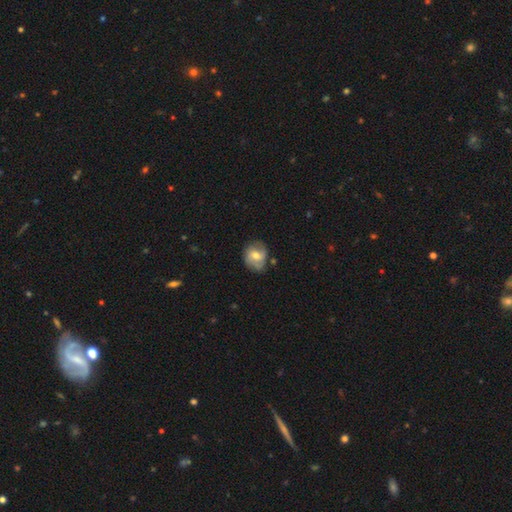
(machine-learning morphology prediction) smooth-or-featured: featured or disk: 48% | smooth: 45% | star or artifact: 7%
  merging: none: 67% | minor disturbance: 23% | major disturbance: 6% | merger: 3%